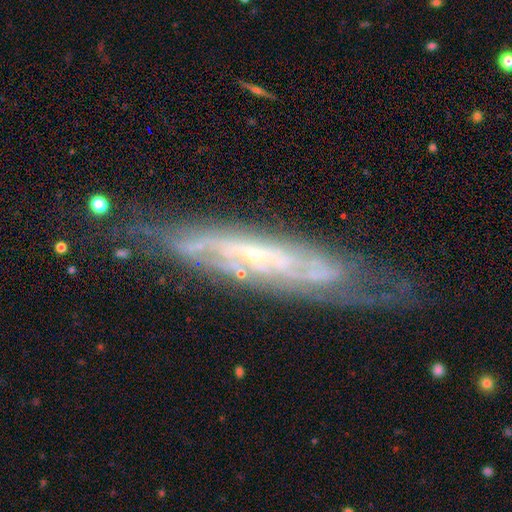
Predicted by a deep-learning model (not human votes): A featured or disk galaxy (82%) with no bar (52%), spiral arms (91%) and a small central bulge (75%). Merging: none (73%).